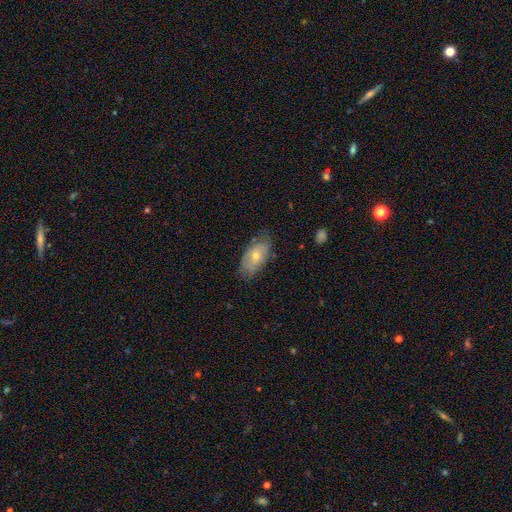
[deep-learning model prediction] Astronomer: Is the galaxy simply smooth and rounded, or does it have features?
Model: smooth — 53% (runner-up: featured or disk, 40%).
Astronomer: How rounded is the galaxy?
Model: in between — 91%.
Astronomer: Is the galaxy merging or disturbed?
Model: none — 73%.